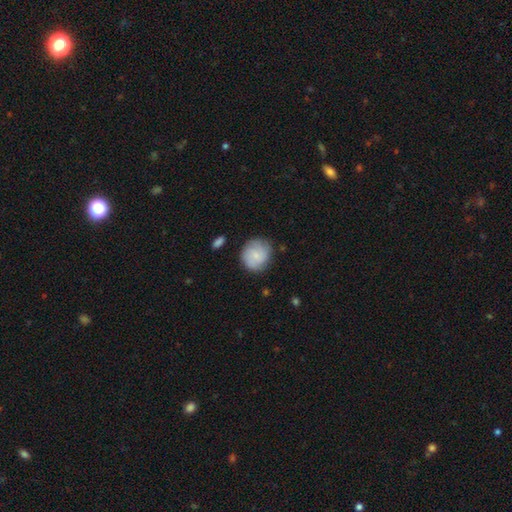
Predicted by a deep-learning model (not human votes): This is likely a smooth galaxy (65%). How rounded: clearly round (85%). Merging: likely none (78%).